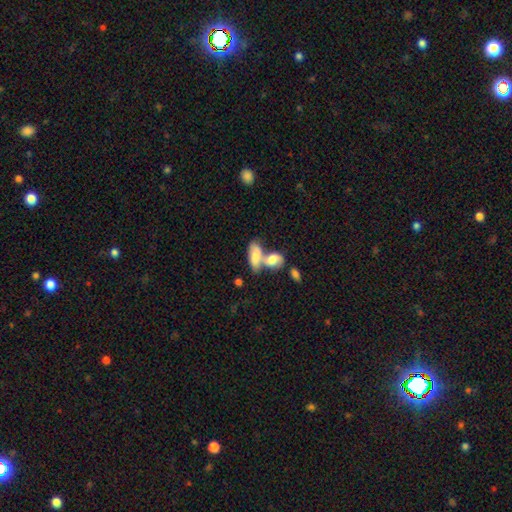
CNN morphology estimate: A smooth galaxy with no disk features (74%) that is in between round and cigar-shaped (85%).

Vote fractions:
- Smooth or featured? smooth: 74% / featured or disk: 19% / star or artifact: 7%
- How rounded? in between: 85% / cigar-shaped: 11% / round: 5%
- Merging? merger: 64% / none: 22% / minor disturbance: 9% / major disturbance: 5%